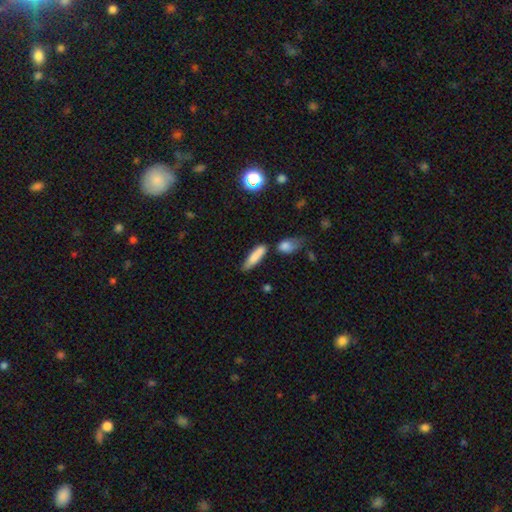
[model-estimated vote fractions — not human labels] Smooth or featured? smooth (81%)
How rounded? cigar-shaped (69%)
Merging? none (64%)